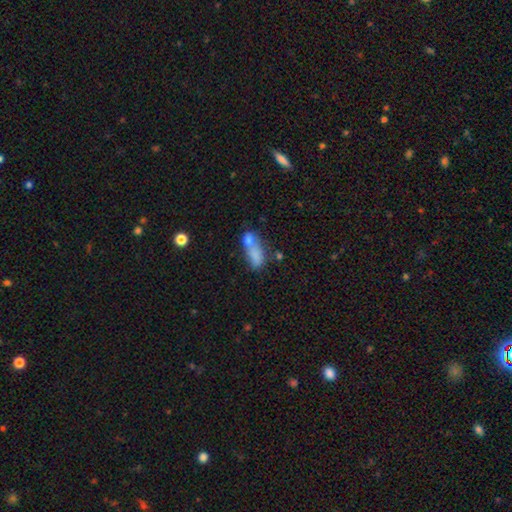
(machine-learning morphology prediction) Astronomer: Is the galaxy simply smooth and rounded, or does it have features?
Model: smooth — 73%.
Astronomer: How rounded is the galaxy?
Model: in between — 81%.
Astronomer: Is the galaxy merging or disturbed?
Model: merger — 47% (runner-up: none, 26%).